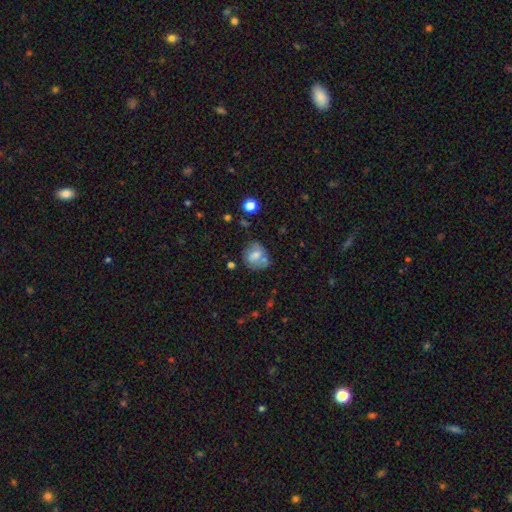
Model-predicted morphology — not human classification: smooth 64%, featured or disk 26%, star or artifact 10%. Down the decision tree: how rounded — round (65%); merging — none (51%).